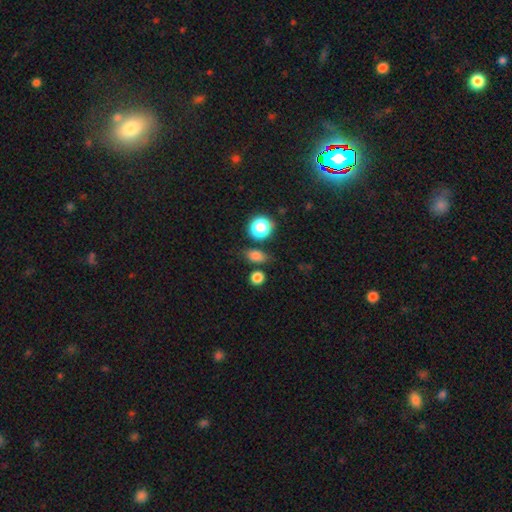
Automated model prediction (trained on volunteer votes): The model was most divided on "how rounded": in between: 55%, round: 42%, cigar-shaped: 3%. More confident: smooth or featured — smooth (79%); merging — none (76%).